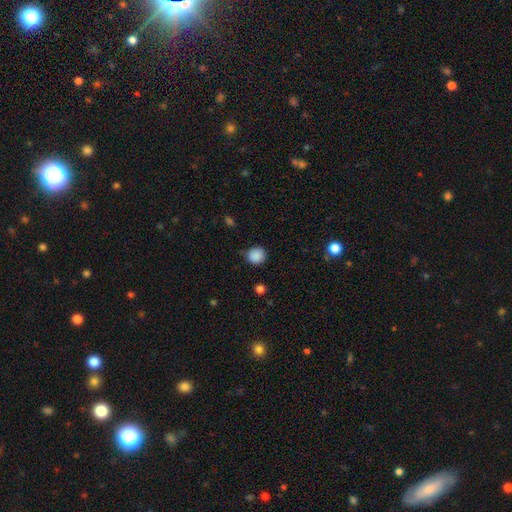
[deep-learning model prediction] A smooth galaxy with no disk features (88%) that is round (89%).

Vote fractions:
- Smooth or featured? smooth: 88% / star or artifact: 9% / featured or disk: 3%
- How rounded? round: 89% / in between: 10% / cigar-shaped: 1%
- Merging? none: 82% / minor disturbance: 13% / major disturbance: 3% / merger: 2%